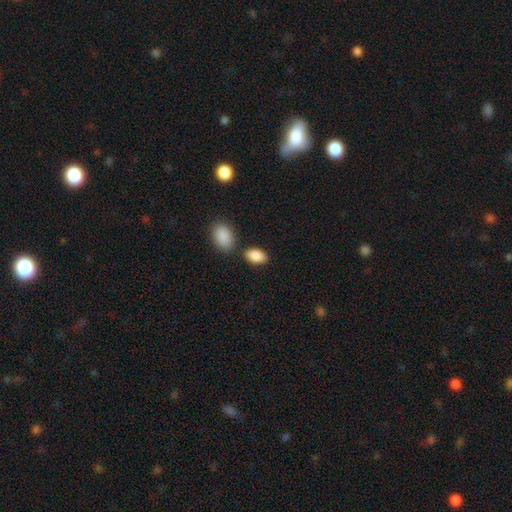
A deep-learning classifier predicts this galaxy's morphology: Q: Smooth or featured?
A: smooth (88%); runner-up: star or artifact (7%)
Q: How rounded?
A: in between (92%); runner-up: round (6%)
Q: Merging?
A: none (74%); runner-up: minor disturbance (12%)